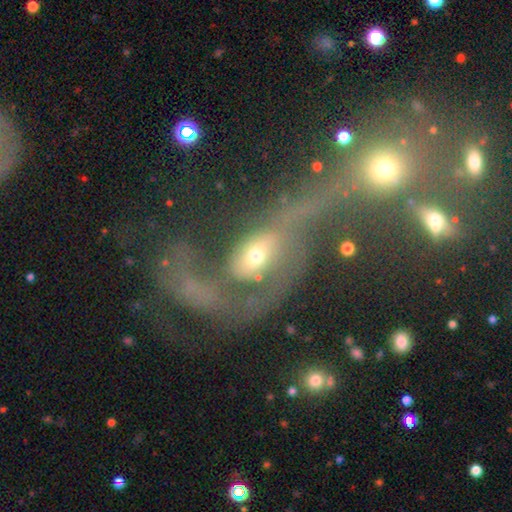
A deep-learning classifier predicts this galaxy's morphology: Smooth or featured?
  - featured or disk: 70% *
  - smooth: 18%
  - star or artifact: 12%
Edge-on disk?
  - no: 94% *
  - yes: 6%
Bar?
  - no: 59% *
  - weak: 26%
  - strong: 14%
Spiral arms?
  - yes: 70% *
  - no: 30%
Bulge size?
  - moderate: 49% *
  - small: 40%
  - large: 6%
  - none: 3%
  - dominant: 2%
Merging?
  - merger: 40% *
  - major disturbance: 34%
  - none: 16%
  - minor disturbance: 9%